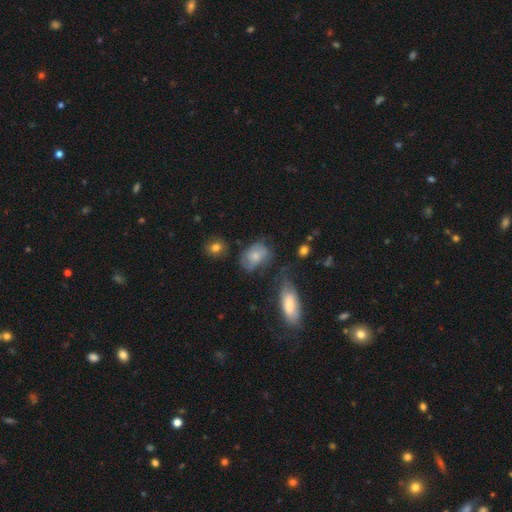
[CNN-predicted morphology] The model was most divided on "merging": none: 44%, minor disturbance: 31%, major disturbance: 18%, merger: 7%. More confident: how rounded — in between (74%); smooth or featured — smooth (60%).